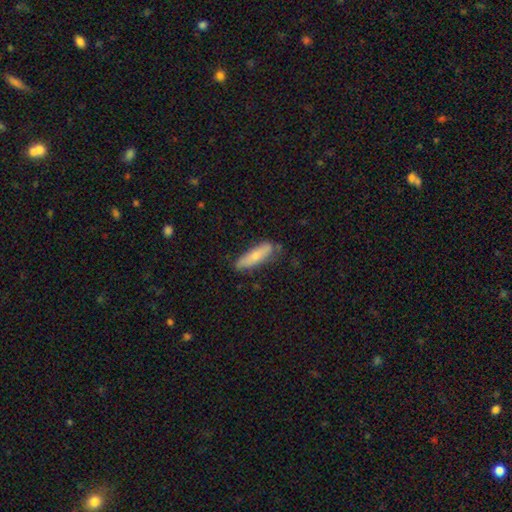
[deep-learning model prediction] Overall: smooth (67%). How rounded: cigar-shaped (61%; in between 37%). Merging: none (71%).